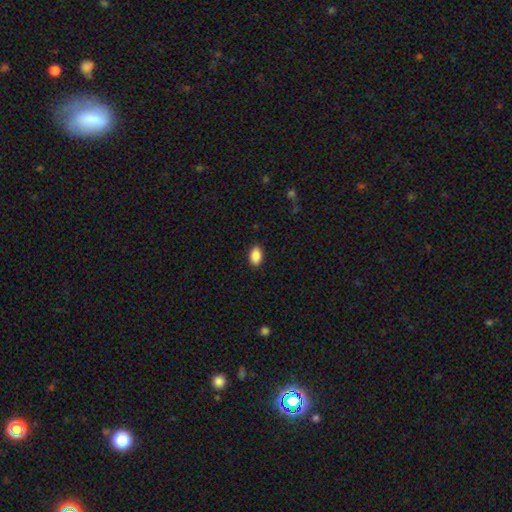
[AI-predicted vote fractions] Smooth or featured? smooth (88%)
How rounded? in between (90%)
Merging? none (88%)